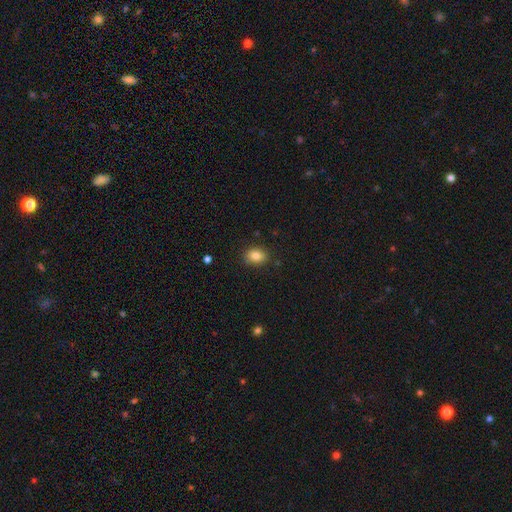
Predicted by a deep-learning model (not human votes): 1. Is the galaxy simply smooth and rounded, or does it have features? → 85% smooth, 9% star or artifact, 6% featured or disk.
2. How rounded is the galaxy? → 61% in between, 38% round, 1% cigar-shaped.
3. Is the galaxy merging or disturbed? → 86% none, 11% minor disturbance, 2% major disturbance, 1% merger.